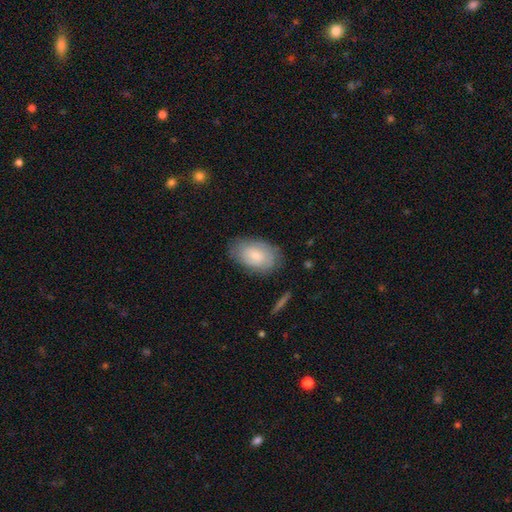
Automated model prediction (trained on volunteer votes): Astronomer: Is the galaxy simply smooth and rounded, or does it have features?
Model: smooth — 69%.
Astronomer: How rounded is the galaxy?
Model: in between — 90%.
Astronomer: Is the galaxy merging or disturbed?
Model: none — 75%.